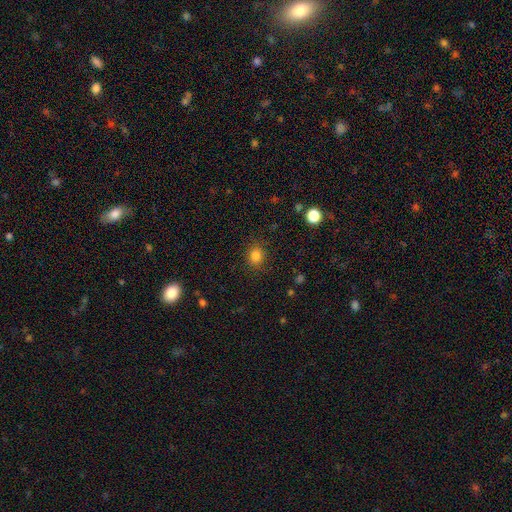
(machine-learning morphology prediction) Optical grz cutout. It shows a smooth galaxy with no disk features (83%) that is round (64%). Merging: none (87%).